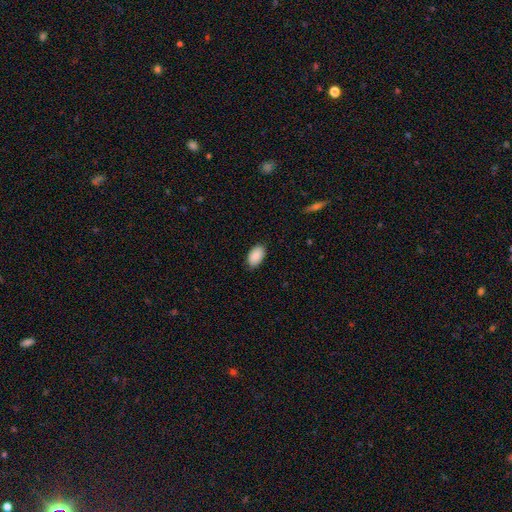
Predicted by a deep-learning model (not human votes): smooth 89%, star or artifact 6%, featured or disk 5%. Down the decision tree: how rounded — in between (94%); merging — none (84%).